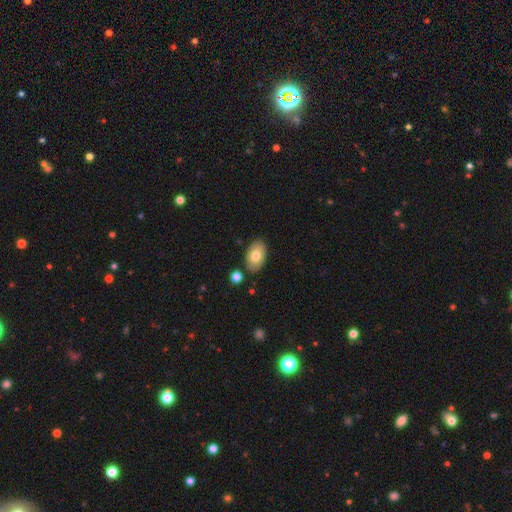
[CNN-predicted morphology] smooth-or-featured: smooth: 76% | featured or disk: 17% | star or artifact: 7%
  how-rounded: in between: 91% | round: 7% | cigar-shaped: 1%
  merging: none: 83% | minor disturbance: 11% | merger: 4% | major disturbance: 2%